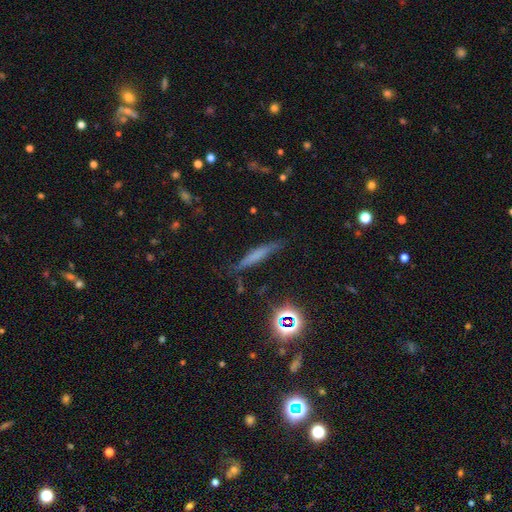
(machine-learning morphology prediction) A smooth galaxy with no disk features (52%) that is cigar-shaped (88%).

Vote fractions:
- Smooth or featured? smooth: 52% / featured or disk: 31% / star or artifact: 17%
- How rounded? cigar-shaped: 88% / in between: 9% / round: 3%
- Merging? none: 74% / minor disturbance: 18% / major disturbance: 5% / merger: 2%